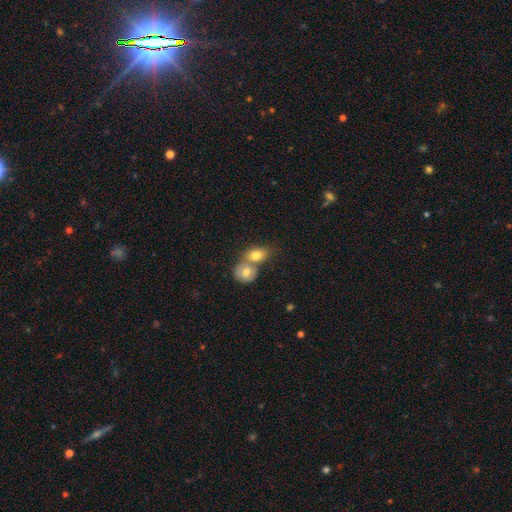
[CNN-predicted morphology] Overall: smooth (77%). How rounded: in between (63%; round 35%). Merging: merger (60%; none 29%).